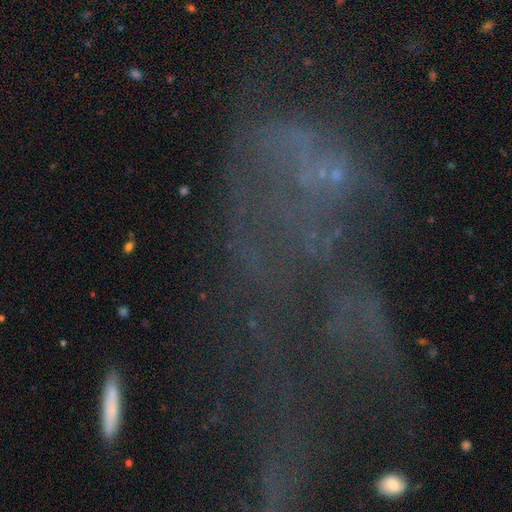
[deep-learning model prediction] This appears to be a featured or disk galaxy (47%). Merging: major disturbance (40%).